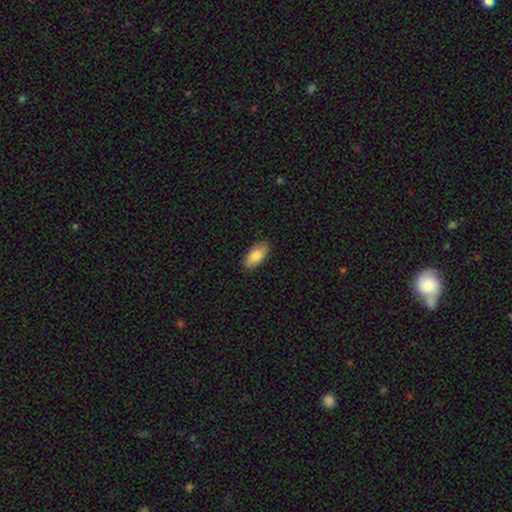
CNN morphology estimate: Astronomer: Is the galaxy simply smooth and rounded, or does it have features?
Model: smooth — 84%.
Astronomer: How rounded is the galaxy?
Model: in between — 90%.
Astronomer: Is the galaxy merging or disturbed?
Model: none — 88%.